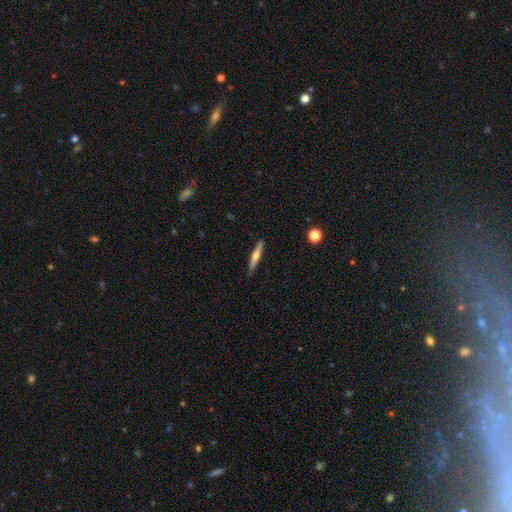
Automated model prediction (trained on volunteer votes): Smooth or featured? featured or disk (57%)
Edge-on disk? yes (96%)
Edge-on bulge? rounded (89%)
Merging? none (89%)